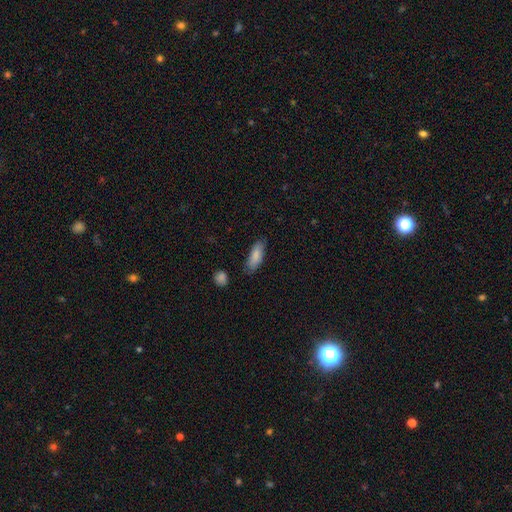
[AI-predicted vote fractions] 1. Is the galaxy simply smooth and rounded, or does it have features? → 84% smooth, 10% featured or disk, 6% star or artifact.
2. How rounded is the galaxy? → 69% in between, 30% cigar-shaped, 2% round.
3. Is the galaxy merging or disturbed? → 78% none, 16% minor disturbance, 3% major disturbance, 2% merger.